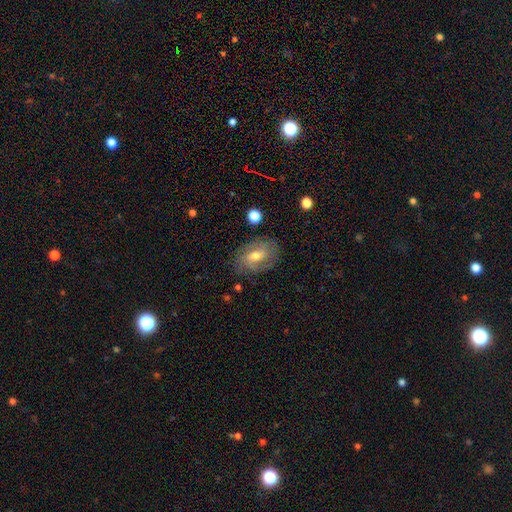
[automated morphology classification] A featured or disk galaxy (58%) with no bar (43%), spiral arms (74%) and a moderate central bulge (66%).

Vote fractions:
- Smooth or featured? featured or disk: 58% / smooth: 33% / star or artifact: 9%
- Edge-on disk? no: 94% / yes: 6%
- Bar? no: 43% / weak: 42% / strong: 14%
- Spiral arms? yes: 74% / no: 26%
- Bulge size? moderate: 66% / small: 28% / large: 4% / none: 1% / dominant: 1%
- Merging? none: 76% / minor disturbance: 16% / major disturbance: 6% / merger: 2%